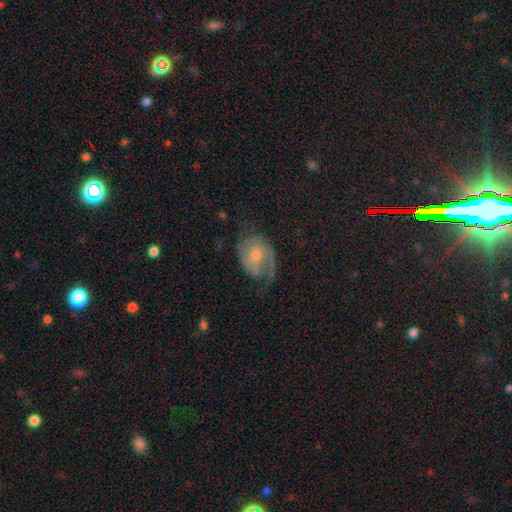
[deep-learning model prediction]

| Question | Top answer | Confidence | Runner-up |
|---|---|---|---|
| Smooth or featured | featured or disk | 75% | smooth (18%) |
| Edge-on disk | no | 97% | yes (3%) |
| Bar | no | 66% | weak (28%) |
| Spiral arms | yes | 92% | no (8%) |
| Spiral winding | medium | 43% | loose (29%) |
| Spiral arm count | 2 | 54% | 1 (33%) |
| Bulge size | moderate | 47% | small (45%) |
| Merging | none | 54% | major disturbance (22%) |